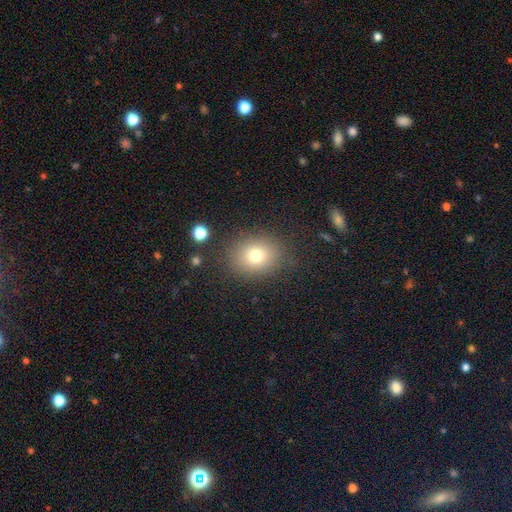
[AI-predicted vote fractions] This appears to be a smooth galaxy with no disk features (75%) that is round (55%). Merging: none (83%).